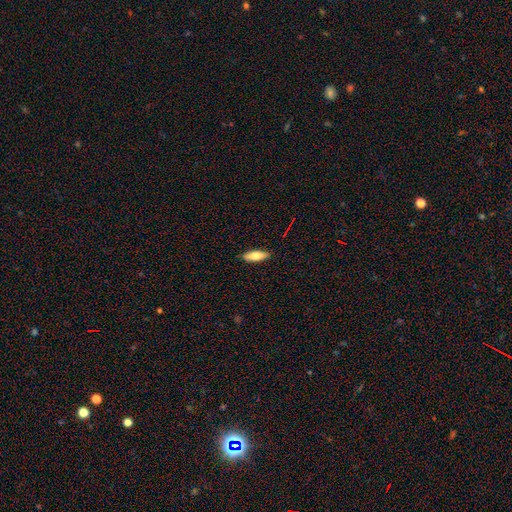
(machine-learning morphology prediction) smooth-or-featured: smooth: 74% | featured or disk: 19% | star or artifact: 6%
  how-rounded: in between: 60% | cigar-shaped: 38% | round: 2%
  merging: none: 88% | minor disturbance: 9% | major disturbance: 2% | merger: 1%